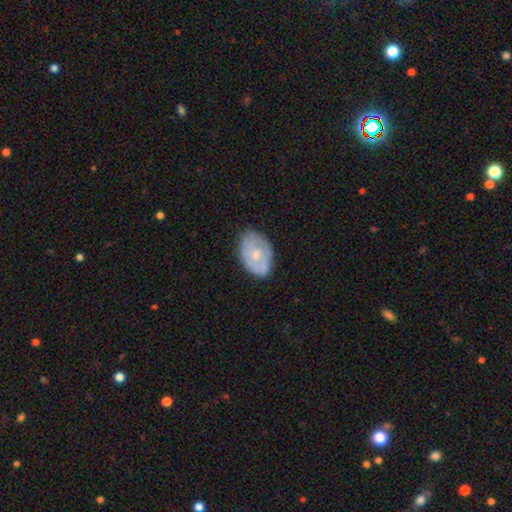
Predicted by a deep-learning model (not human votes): This is possibly a featured or disk galaxy (48%). Merging: likely none (70%).